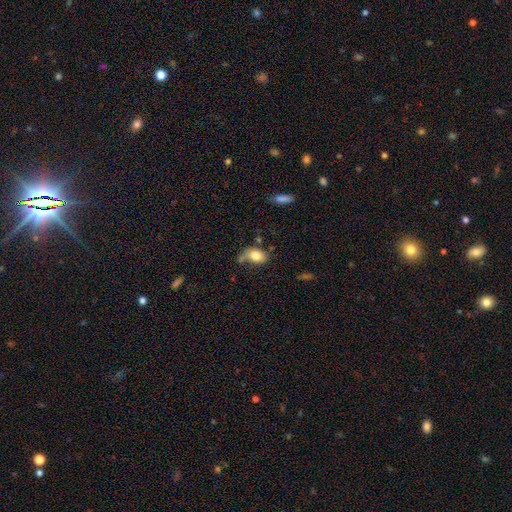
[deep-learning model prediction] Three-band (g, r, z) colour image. It shows a smooth galaxy with no disk features (79%) that is in between round and cigar-shaped (81%). Merging: none (46%).